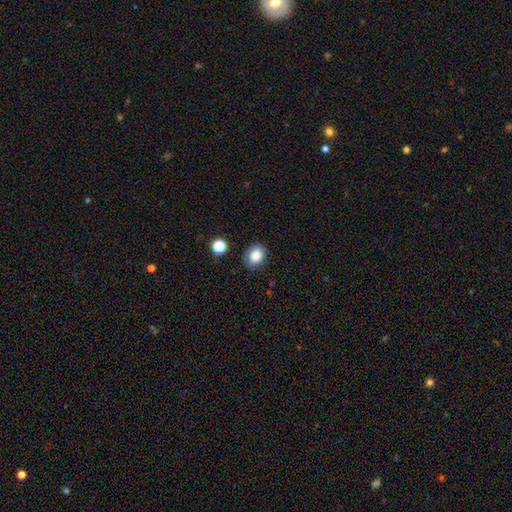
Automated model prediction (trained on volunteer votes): This is clearly a smooth galaxy (84%). How rounded: possibly in between (54%). Merging: clearly none (81%).